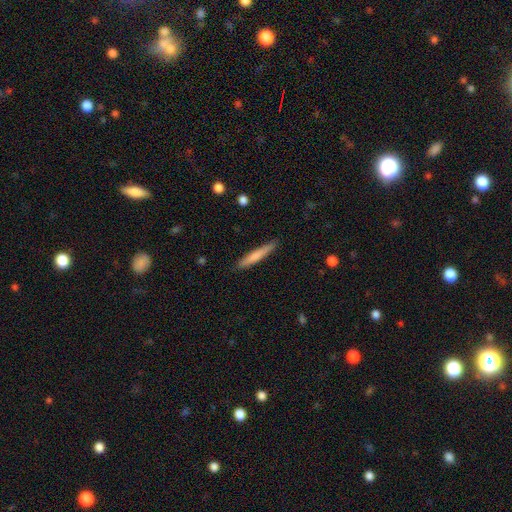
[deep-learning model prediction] Morphology: type=smooth (70%); roundness=cigar-shaped (95%); merging=none (89%).